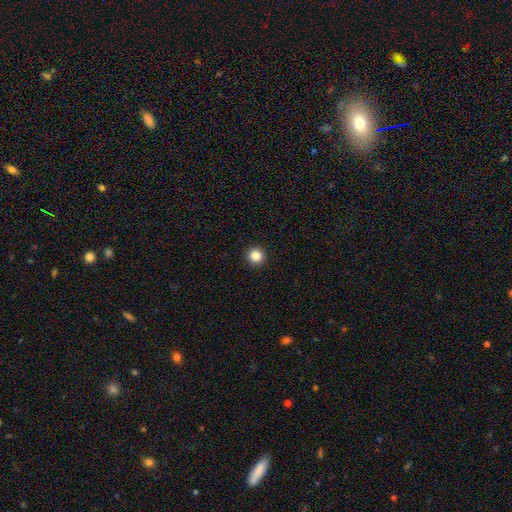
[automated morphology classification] A smooth galaxy with no disk features (85%) that is round (96%). Merging: none (94%).